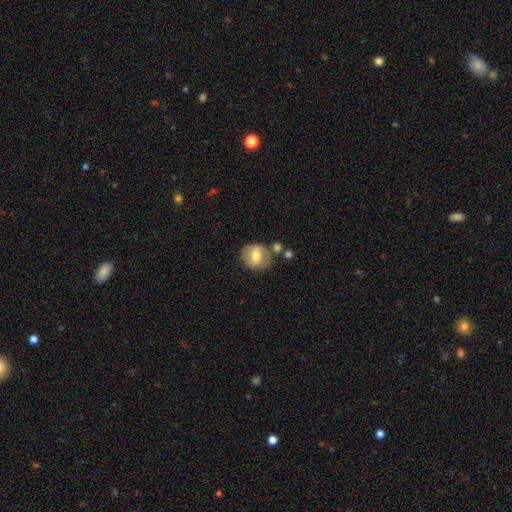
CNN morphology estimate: Smooth or featured?
  - smooth: 48% *
  - featured or disk: 45%
  - star or artifact: 8%
Merging?
  - none: 64% *
  - minor disturbance: 18%
  - merger: 11%
  - major disturbance: 7%